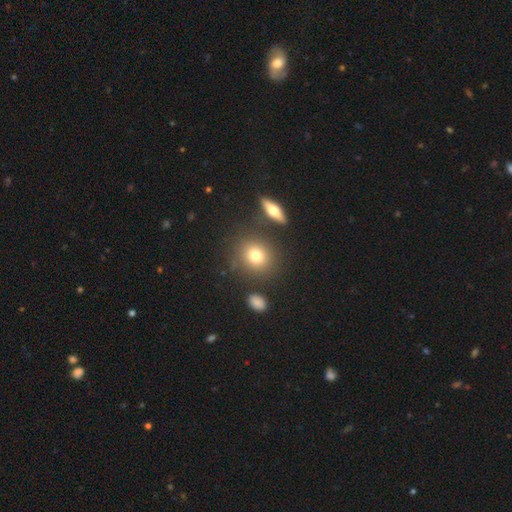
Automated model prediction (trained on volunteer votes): Smooth or featured: smooth — 76% (featured or disk — 13%)
How rounded: round — 80% (in between — 18%)
Merging: none — 81% (minor disturbance — 9%)